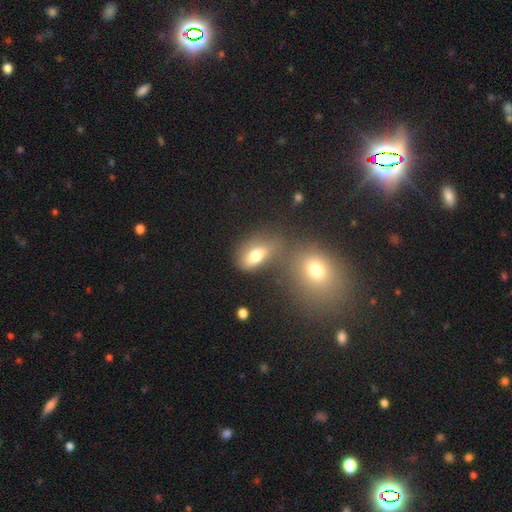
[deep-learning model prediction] Smooth or featured: smooth — 72% (featured or disk — 16%)
How rounded: in between — 80% (round — 15%)
Merging: none — 51% (merger — 23%)